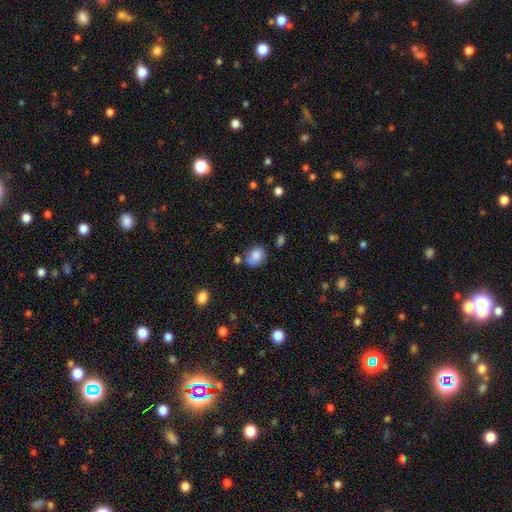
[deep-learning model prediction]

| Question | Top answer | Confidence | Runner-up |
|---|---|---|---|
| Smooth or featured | smooth | 82% | star or artifact (9%) |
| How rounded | in between | 57% | round (42%) |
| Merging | none | 57% | minor disturbance (23%) |